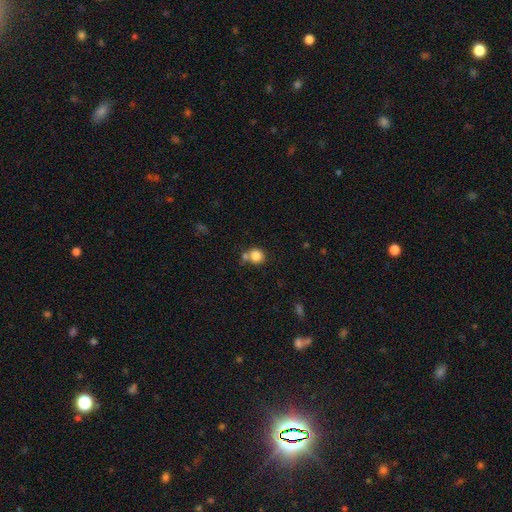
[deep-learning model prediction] Smooth or featured?
  - smooth: 83% *
  - star or artifact: 10%
  - featured or disk: 7%
How rounded?
  - round: 87% *
  - in between: 12%
  - cigar-shaped: 1%
Merging?
  - none: 55% *
  - merger: 29%
  - minor disturbance: 12%
  - major disturbance: 4%